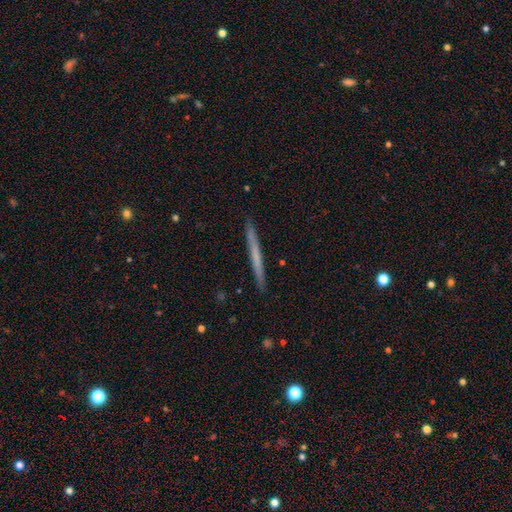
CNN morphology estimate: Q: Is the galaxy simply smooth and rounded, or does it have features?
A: smooth — 51%.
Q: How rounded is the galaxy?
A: cigar-shaped — 97%.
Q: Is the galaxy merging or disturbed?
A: none — 93%.